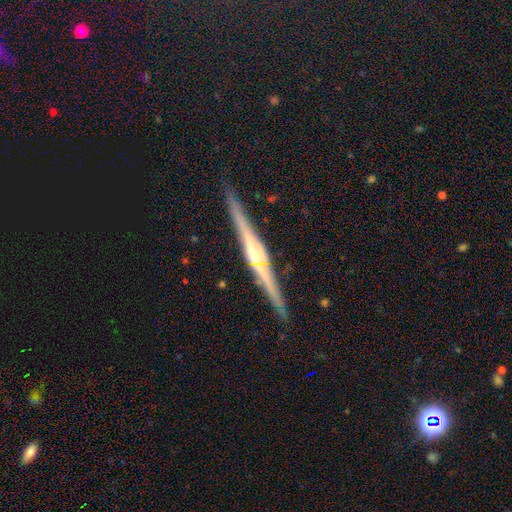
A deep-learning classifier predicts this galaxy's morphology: The model was most divided on "edge-on bulge": rounded: 67%, boxy: 21%, none: 13%. More confident: edge-on disk — yes (98%); merging — none (89%); smooth or featured — featured or disk (83%).